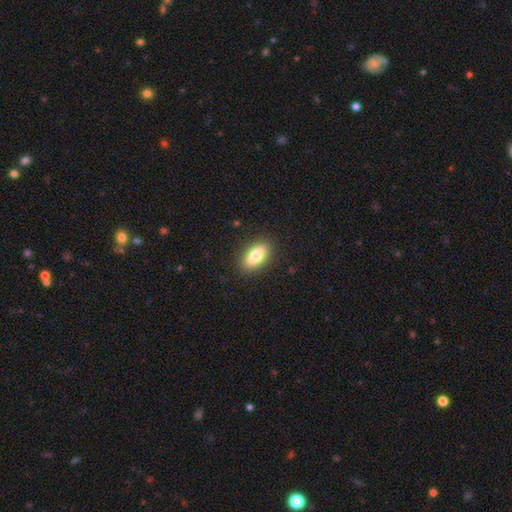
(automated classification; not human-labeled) Morphology: type=smooth (81%); roundness=in between (88%); merging=none (88%).